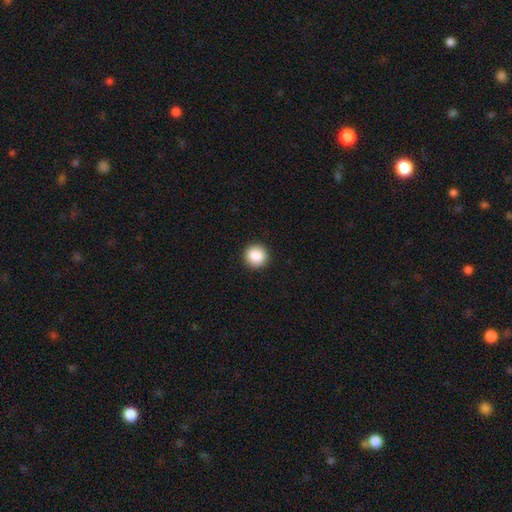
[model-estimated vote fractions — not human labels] Q: Smooth or featured?
A: smooth (87%); runner-up: star or artifact (9%)
Q: How rounded?
A: round (94%); runner-up: in between (5%)
Q: Merging?
A: none (93%); runner-up: minor disturbance (5%)